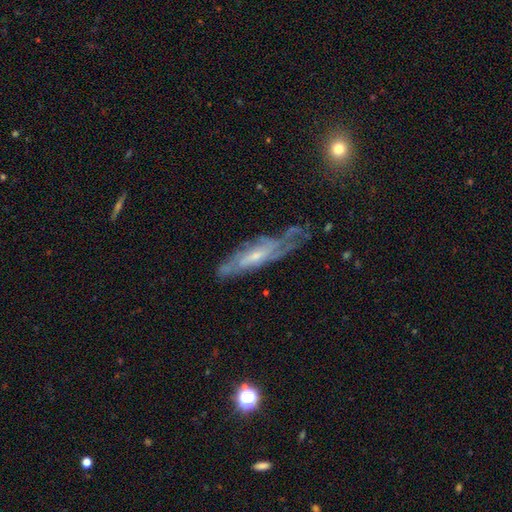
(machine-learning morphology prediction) Overall: featured or disk (74%). Edge-on disk: no (70%). Bar: no (54%; weak 35%). Spiral arms: yes (84%). Bulge size: small (64%; moderate 29%). Merging: none (53%; minor disturbance 28%).